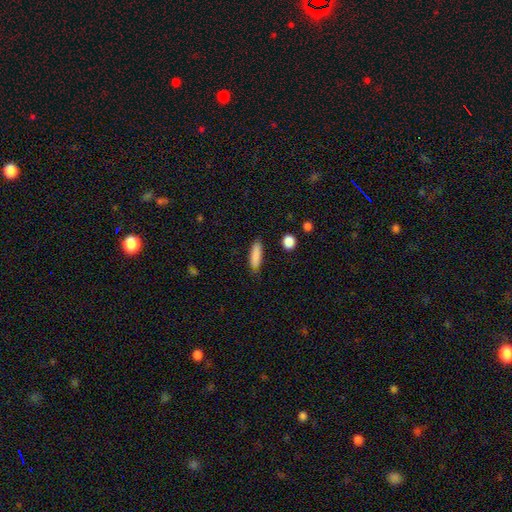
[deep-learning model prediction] A smooth galaxy with no disk features (86%) that is cigar-shaped (62%). Merging: none (80%).